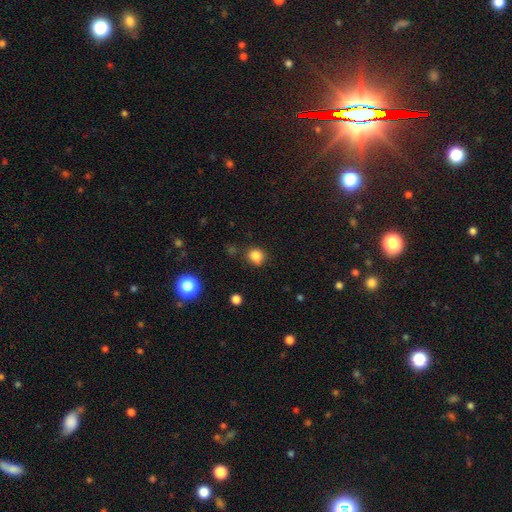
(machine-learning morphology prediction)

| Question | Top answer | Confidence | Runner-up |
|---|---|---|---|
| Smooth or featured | smooth | 82% | star or artifact (13%) |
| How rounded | round | 82% | in between (17%) |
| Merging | none | 77% | minor disturbance (16%) |